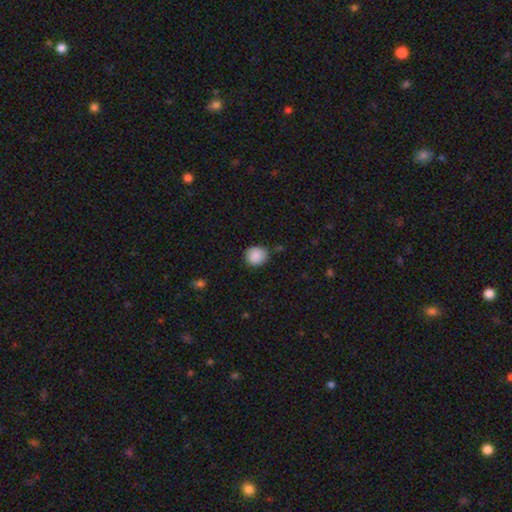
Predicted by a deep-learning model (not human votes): Smooth or featured?
  - smooth: 88% *
  - star or artifact: 7%
  - featured or disk: 5%
How rounded?
  - round: 81% *
  - in between: 19%
  - cigar-shaped: 1%
Merging?
  - none: 80% *
  - minor disturbance: 15%
  - major disturbance: 3%
  - merger: 2%